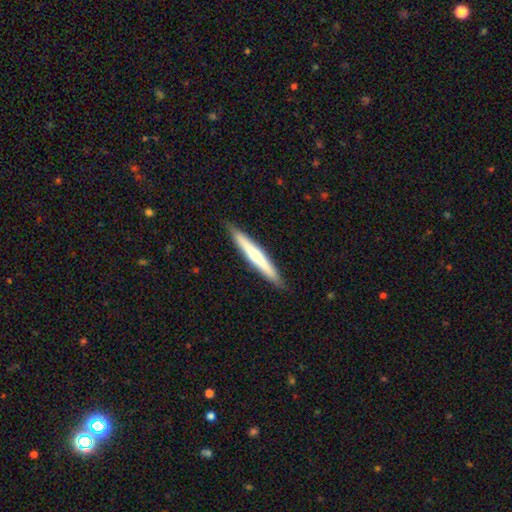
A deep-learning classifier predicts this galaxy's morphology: smooth-or-featured: smooth: 50% | featured or disk: 45% | star or artifact: 5%
  merging: none: 89% | minor disturbance: 9% | major disturbance: 1% | merger: 1%